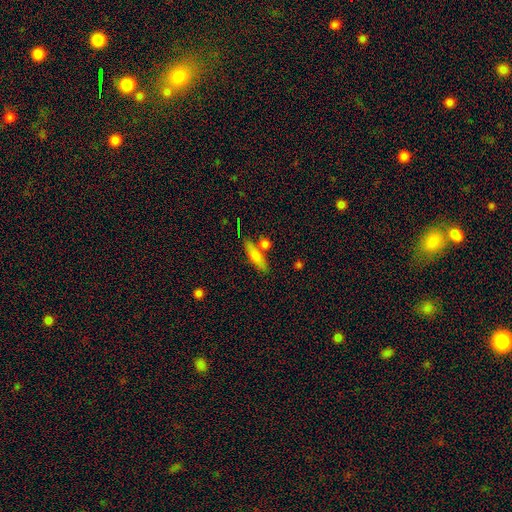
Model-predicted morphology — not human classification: A smooth galaxy with no disk features (75%) that is cigar-shaped (68%).

Vote fractions:
- Smooth or featured? smooth: 75% / featured or disk: 18% / star or artifact: 7%
- How rounded? cigar-shaped: 68% / in between: 28% / round: 3%
- Merging? none: 71% / merger: 14% / minor disturbance: 12% / major disturbance: 4%